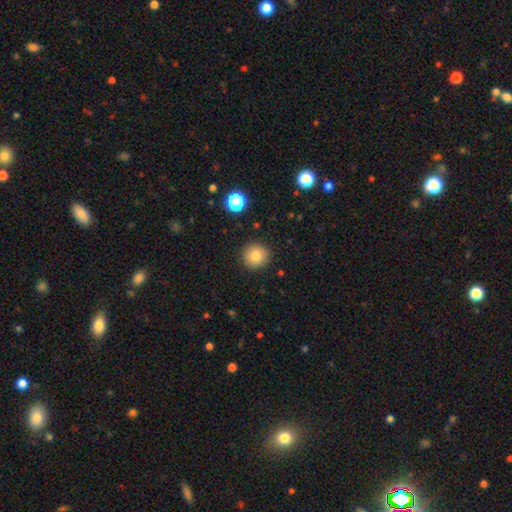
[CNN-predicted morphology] smooth_or_featured: smooth (p=0.81) [alt: star or artifact p=0.11]
how_rounded: round (p=0.94) [alt: in between p=0.05]
merging: none (p=0.91) [alt: minor disturbance p=0.06]